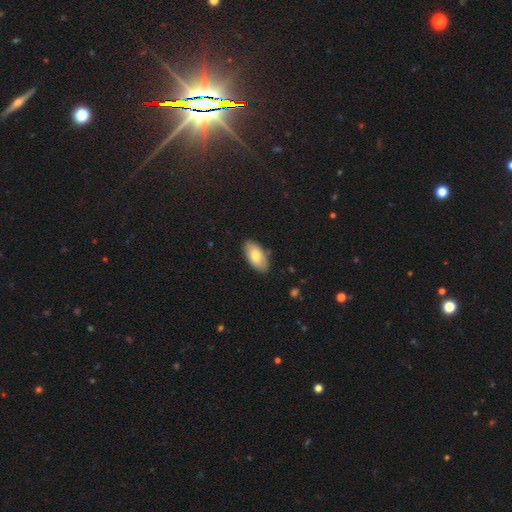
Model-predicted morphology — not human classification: smooth_or_featured: smooth (p=0.75) [alt: featured or disk p=0.19]
how_rounded: in between (p=0.94) [alt: cigar-shaped p=0.03]
merging: none (p=0.84) [alt: minor disturbance p=0.12]